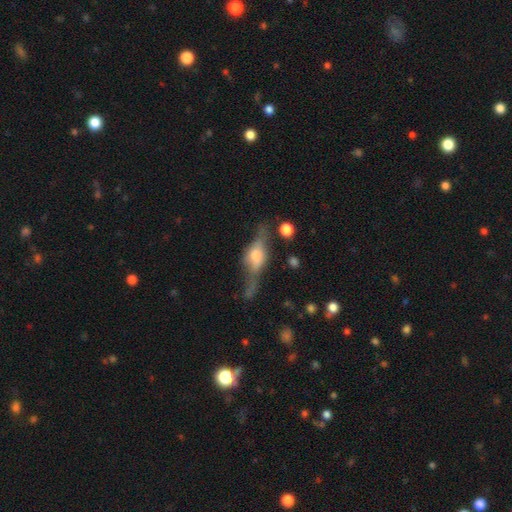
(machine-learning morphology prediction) type=featured or disk (71%); edge-on=yes (87%); edge-on bulge=rounded (83%); merging=none (57%).